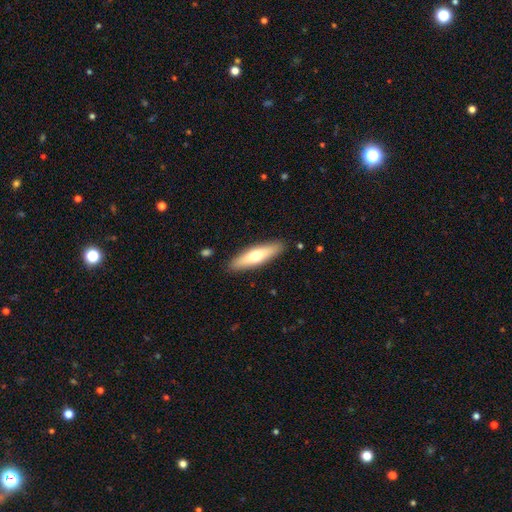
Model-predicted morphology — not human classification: type=smooth (60%); roundness=cigar-shaped (68%); merging=none (89%).